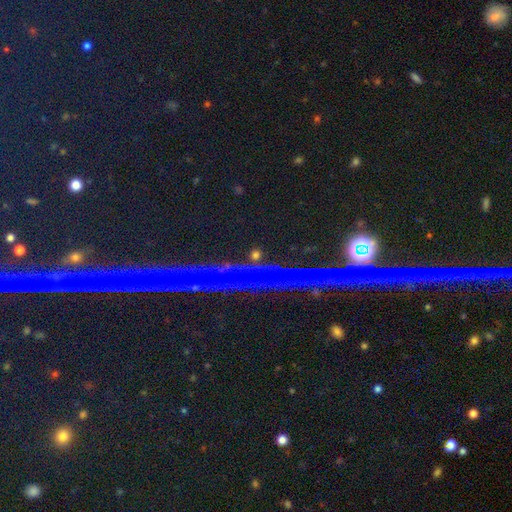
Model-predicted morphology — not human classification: This is likely a star or artifact rather than a galaxy (73%).